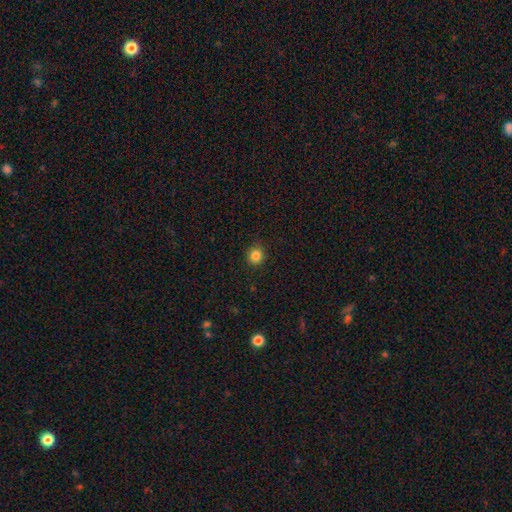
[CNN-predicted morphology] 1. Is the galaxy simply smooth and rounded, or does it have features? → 84% smooth, 11% star or artifact, 4% featured or disk.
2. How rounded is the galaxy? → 89% round, 10% in between, 1% cigar-shaped.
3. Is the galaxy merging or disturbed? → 89% none, 8% minor disturbance, 2% major disturbance, 1% merger.